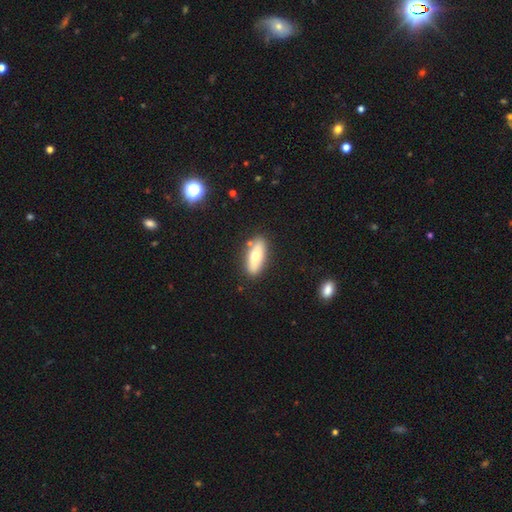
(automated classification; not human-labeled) A smooth galaxy with no disk features (60%) that is in between round and cigar-shaped (71%). Merging: none (84%).